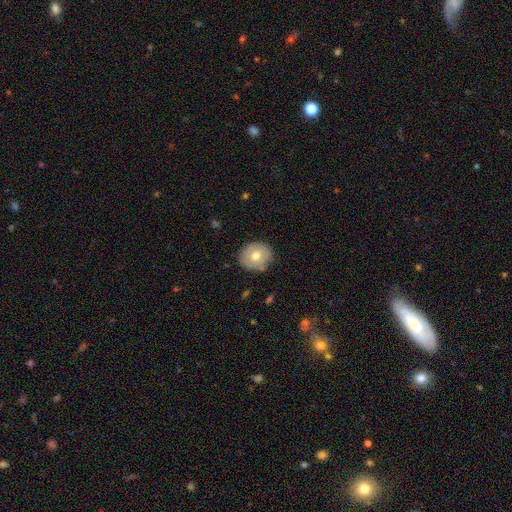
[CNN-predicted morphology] This is likely a smooth galaxy (68%). How rounded: likely round (77%). Merging: clearly none (83%).